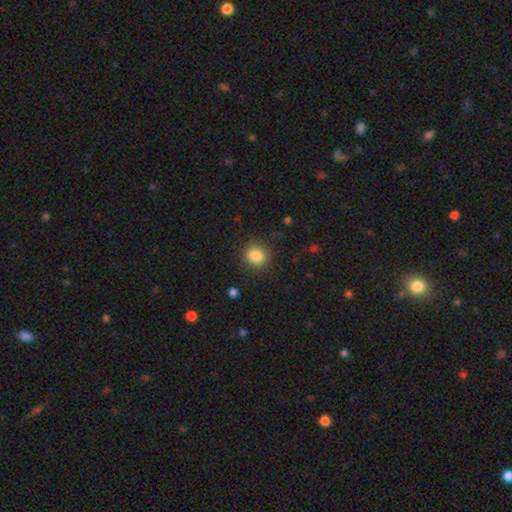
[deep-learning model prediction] Morphology: type=smooth (85%); roundness=round (77%); merging=none (88%).